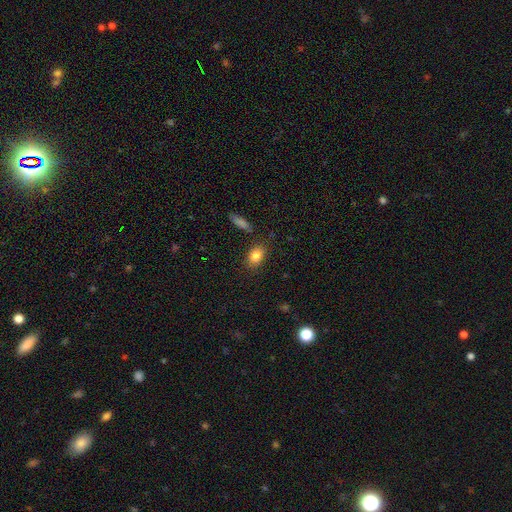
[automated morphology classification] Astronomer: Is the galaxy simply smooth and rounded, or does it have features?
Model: smooth — 83%.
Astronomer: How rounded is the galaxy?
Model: in between — 79%.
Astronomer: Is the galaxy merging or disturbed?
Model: none — 83%.